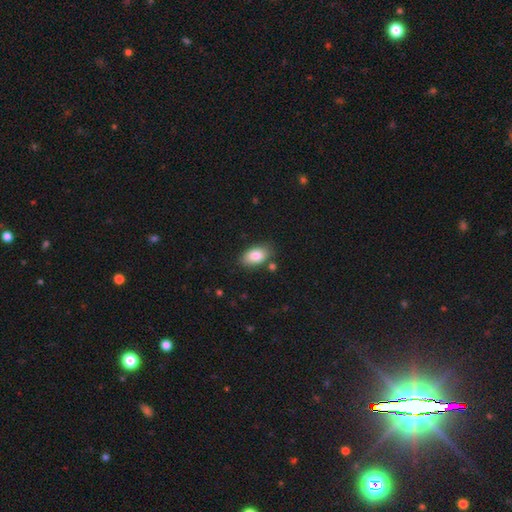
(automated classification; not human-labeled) Smooth or featured? smooth (84%)
How rounded? in between (93%)
Merging? none (78%)